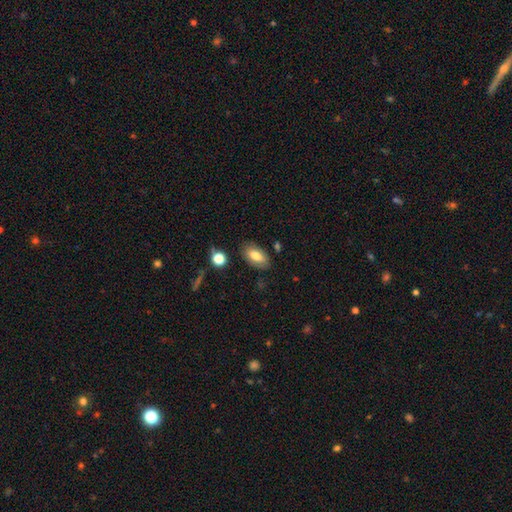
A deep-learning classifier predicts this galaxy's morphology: Smooth or featured? Predicted: smooth (p=0.77). How rounded? Predicted: in between (p=0.92). Merging? Predicted: none (p=0.81).